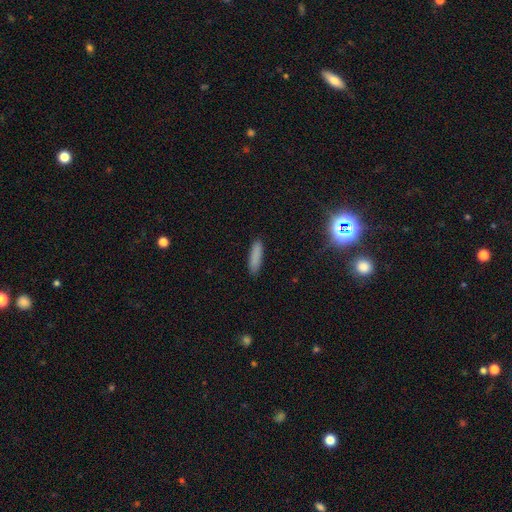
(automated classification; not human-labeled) smooth 85%, star or artifact 9%, featured or disk 6%. Down the decision tree: how rounded — cigar-shaped (74%); merging — none (88%).